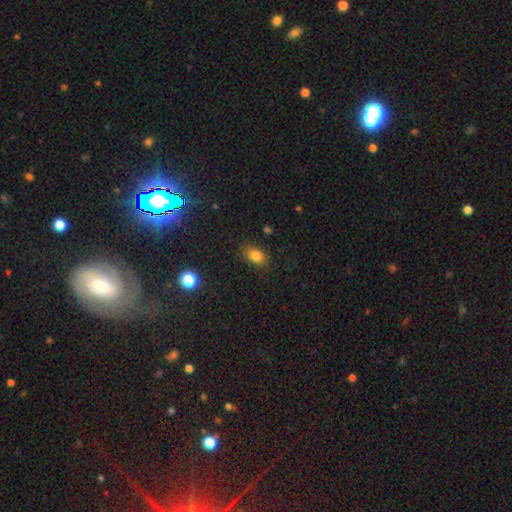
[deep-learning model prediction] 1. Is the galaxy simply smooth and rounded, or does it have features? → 82% smooth, 12% star or artifact, 6% featured or disk.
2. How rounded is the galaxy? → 76% in between, 22% round, 2% cigar-shaped.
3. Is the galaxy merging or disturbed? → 81% none, 14% minor disturbance, 4% major disturbance, 1% merger.